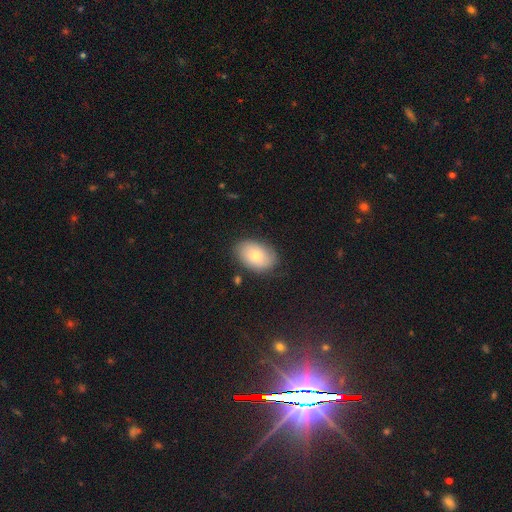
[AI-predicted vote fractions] Smooth or featured: smooth — 71% (featured or disk — 21%)
How rounded: in between — 84% (round — 15%)
Merging: none — 81% (minor disturbance — 14%)